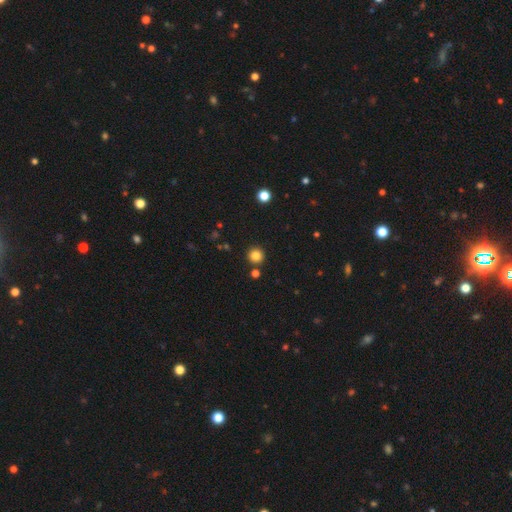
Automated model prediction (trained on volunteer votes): Smooth or featured? Predicted: smooth (p=0.84). How rounded? Predicted: round (p=0.95). Merging? Predicted: none (p=0.88).